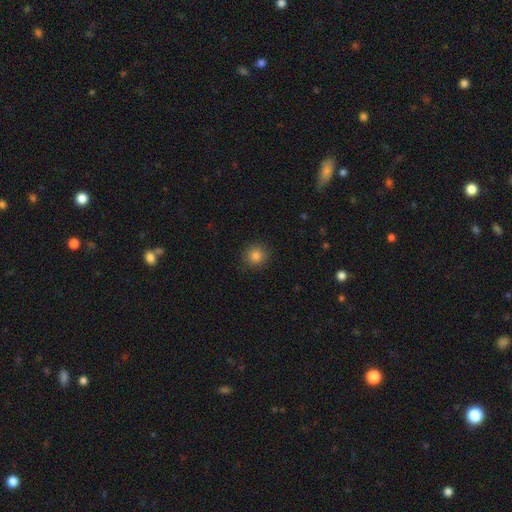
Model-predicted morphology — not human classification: A smooth galaxy with no disk features (84%) that is round (92%).

Vote fractions:
- Smooth or featured? smooth: 84% / star or artifact: 11% / featured or disk: 5%
- How rounded? round: 92% / in between: 7% / cigar-shaped: 1%
- Merging? none: 90% / minor disturbance: 7% / major disturbance: 2% / merger: 1%